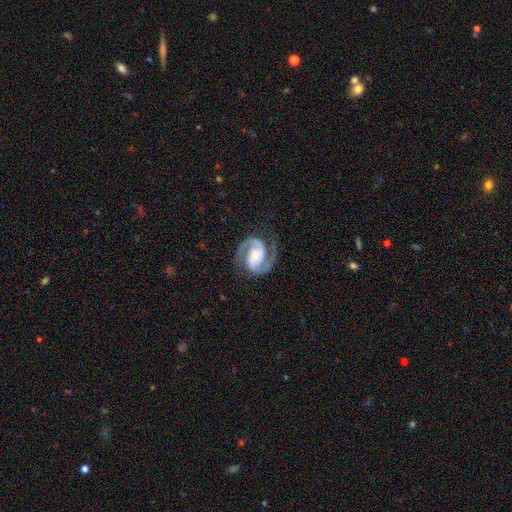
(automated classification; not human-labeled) Smooth or featured: featured or disk — 93% (star or artifact — 4%)
Edge-on disk: no — 98% (yes — 2%)
Bar: no — 44% (weak — 36%)
Spiral arms: yes — 98% (no — 2%)
Spiral winding: medium — 55% (tight — 35%)
Spiral arm count: 2 — 94% (can't tell — 2%)
Bulge size: small — 46% (moderate — 45%)
Merging: none — 78% (minor disturbance — 14%)